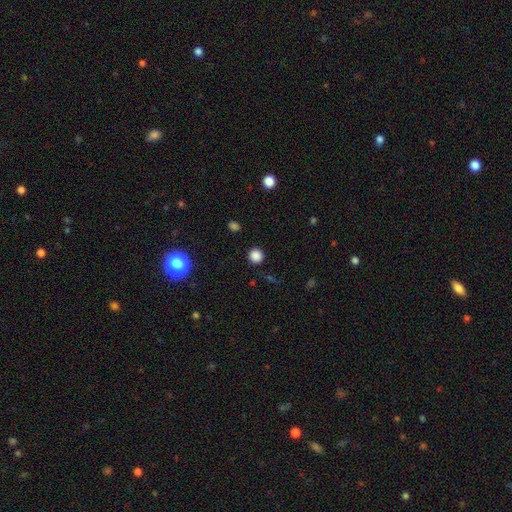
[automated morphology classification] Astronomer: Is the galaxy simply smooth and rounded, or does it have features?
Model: smooth — 84%.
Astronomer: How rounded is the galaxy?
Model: round — 93%.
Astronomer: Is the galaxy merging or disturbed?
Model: none — 90%.